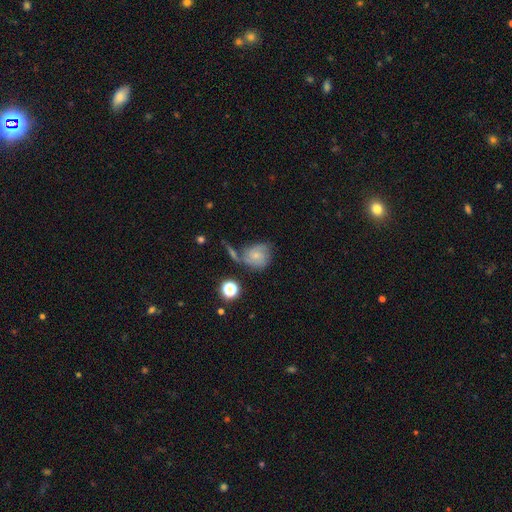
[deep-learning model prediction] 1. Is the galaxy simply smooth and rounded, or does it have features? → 46% smooth, 43% featured or disk, 12% star or artifact.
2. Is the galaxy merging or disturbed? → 40% none, 23% merger, 21% minor disturbance, 15% major disturbance.